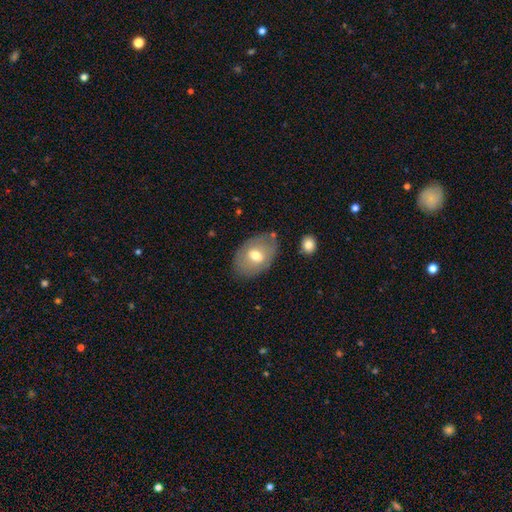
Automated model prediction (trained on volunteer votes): smooth 62%, featured or disk 32%, star or artifact 7%. Down the decision tree: how rounded — in between (85%); merging — none (75%).